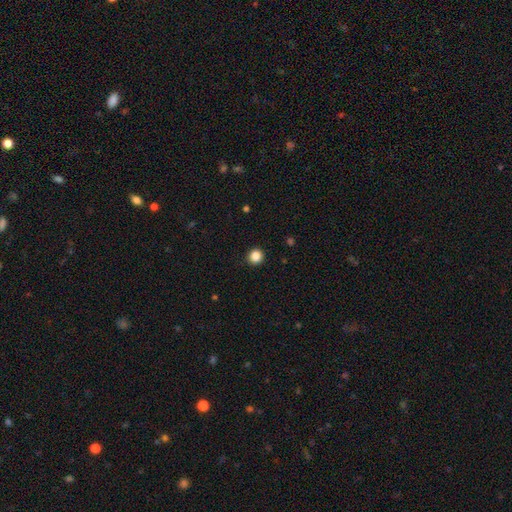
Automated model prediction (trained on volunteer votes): Overall: smooth (86%). How rounded: round (94%). Merging: none (92%).